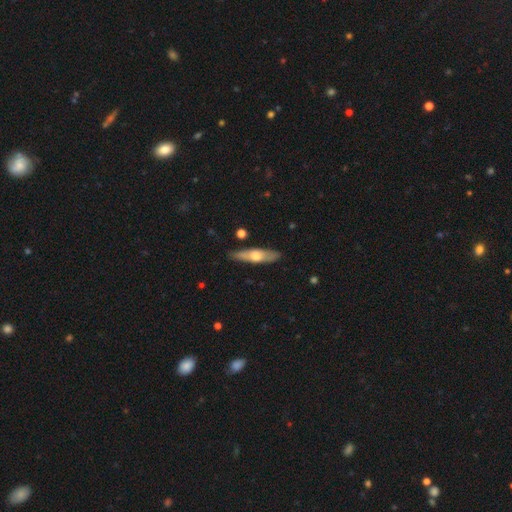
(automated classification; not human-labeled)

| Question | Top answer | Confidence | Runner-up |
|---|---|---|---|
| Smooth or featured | featured or disk | 49% | smooth (46%) |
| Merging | none | 85% | minor disturbance (11%) |